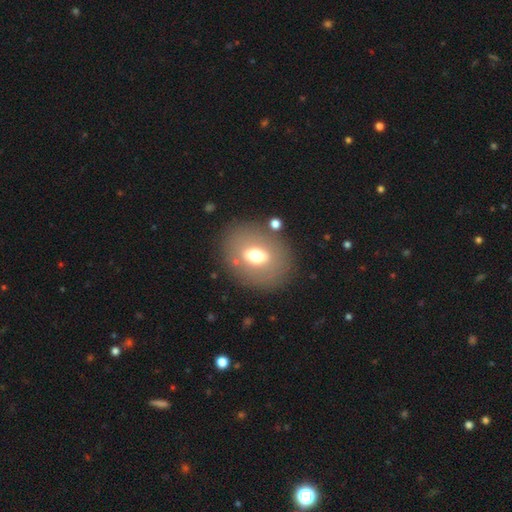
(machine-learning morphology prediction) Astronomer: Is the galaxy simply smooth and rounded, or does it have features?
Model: smooth — 59%.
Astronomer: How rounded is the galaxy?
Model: in between — 56% (runner-up: round, 43%).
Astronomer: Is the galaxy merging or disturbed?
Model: none — 80%.